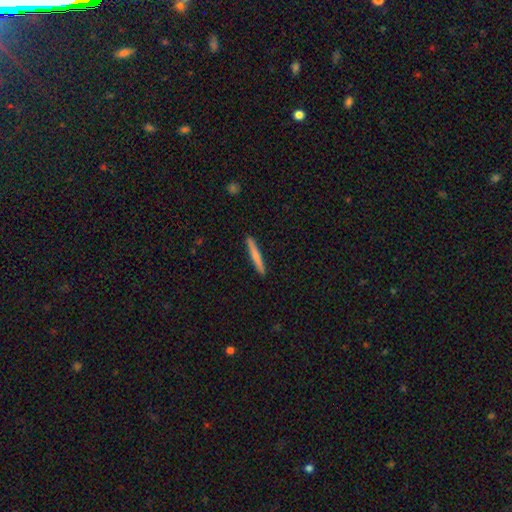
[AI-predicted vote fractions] Smooth or featured? Predicted: smooth (p=0.67). How rounded? Predicted: cigar-shaped (p=0.96). Merging? Predicted: none (p=0.92).